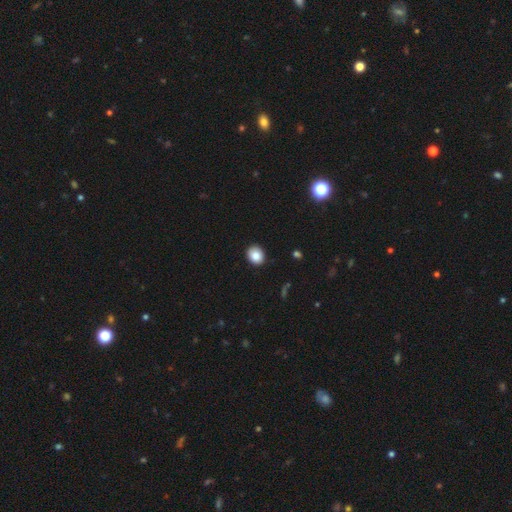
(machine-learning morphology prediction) Q: Smooth or featured?
A: smooth (86%); runner-up: star or artifact (9%)
Q: How rounded?
A: round (68%); runner-up: in between (31%)
Q: Merging?
A: none (89%); runner-up: minor disturbance (8%)